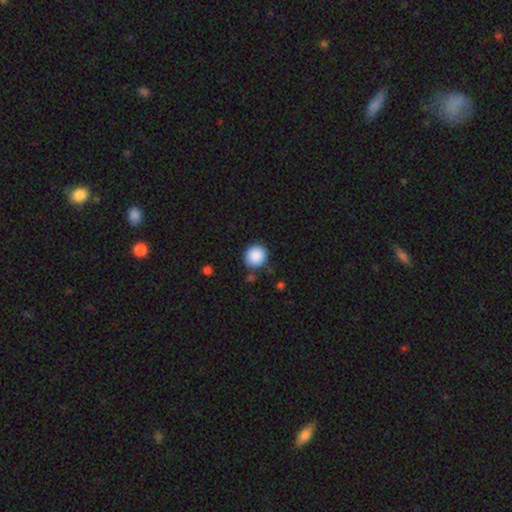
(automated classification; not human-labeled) This appears to be a smooth galaxy with no disk features (89%) that is round (88%). Merging: none (85%).